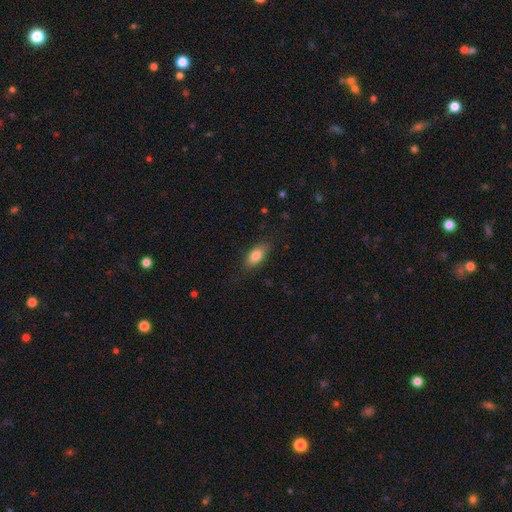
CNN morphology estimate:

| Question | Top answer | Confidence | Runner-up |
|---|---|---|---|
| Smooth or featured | smooth | 80% | featured or disk (12%) |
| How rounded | in between | 86% | cigar-shaped (9%) |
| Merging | none | 81% | minor disturbance (14%) |